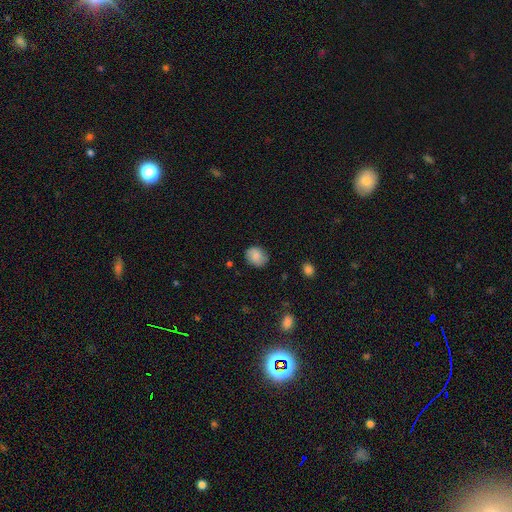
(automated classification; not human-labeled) This appears to be a smooth galaxy with no disk features (80%) that is round (58%). Merging: none (77%).